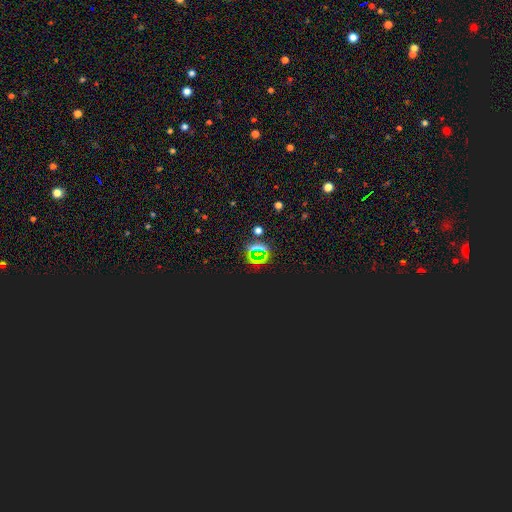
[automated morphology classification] smooth-or-featured: star or artifact: 72% | smooth: 19% | featured or disk: 9%